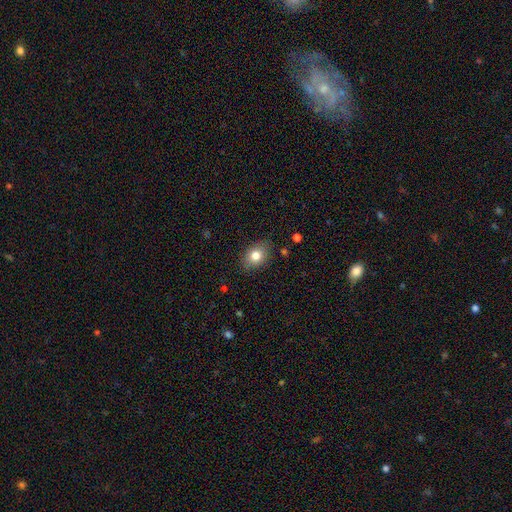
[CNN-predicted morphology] Q: Smooth or featured?
A: smooth (79%); runner-up: featured or disk (11%)
Q: How rounded?
A: in between (69%); runner-up: round (30%)
Q: Merging?
A: none (84%); runner-up: minor disturbance (12%)